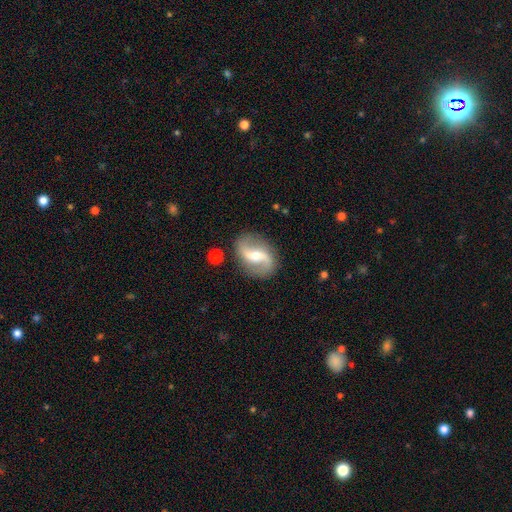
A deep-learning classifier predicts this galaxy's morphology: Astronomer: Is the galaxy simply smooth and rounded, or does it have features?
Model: featured or disk — 85%.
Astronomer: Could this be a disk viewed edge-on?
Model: no — 97%.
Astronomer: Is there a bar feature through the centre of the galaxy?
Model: weak — 39% (runner-up: strong, 32%).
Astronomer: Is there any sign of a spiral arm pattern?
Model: yes — 94%.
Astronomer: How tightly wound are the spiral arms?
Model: loose — 75%.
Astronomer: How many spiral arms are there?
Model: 2 — 93%.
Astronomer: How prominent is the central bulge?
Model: moderate — 53% (runner-up: small, 41%).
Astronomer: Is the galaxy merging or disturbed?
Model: none — 84%.